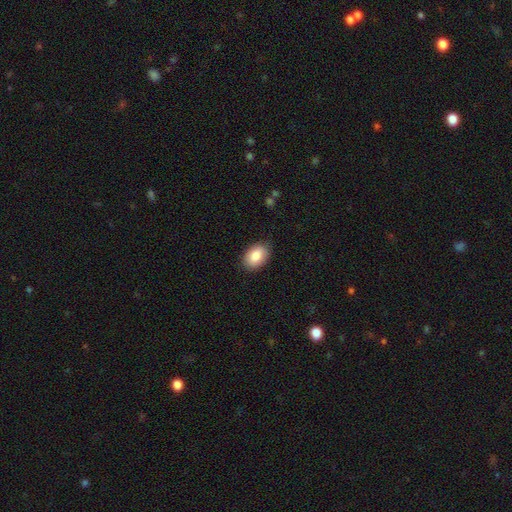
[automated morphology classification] Overall: smooth (87%). How rounded: in between (89%). Merging: none (85%).